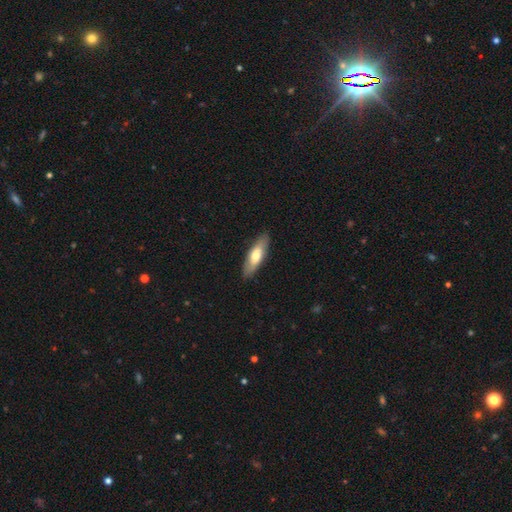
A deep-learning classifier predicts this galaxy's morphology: A smooth galaxy with no disk features (63%) that is in between round and cigar-shaped (51%).

Vote fractions:
- Smooth or featured? smooth: 63% / featured or disk: 32% / star or artifact: 5%
- How rounded? in between: 51% / cigar-shaped: 47% / round: 2%
- Merging? none: 88% / minor disturbance: 9% / major disturbance: 2% / merger: 1%